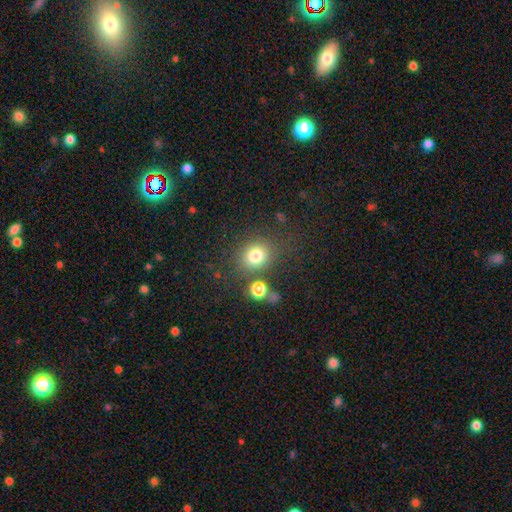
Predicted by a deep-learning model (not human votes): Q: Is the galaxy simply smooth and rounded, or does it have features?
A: smooth — 78%.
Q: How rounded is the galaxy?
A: round — 73%.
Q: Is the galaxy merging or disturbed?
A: none — 75%.